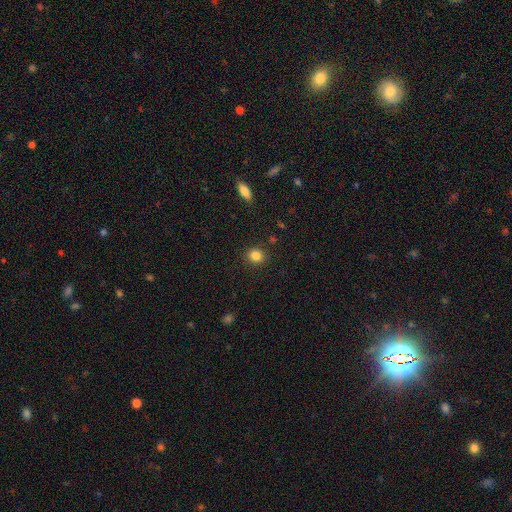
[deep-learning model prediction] A smooth galaxy with no disk features (85%) that is round (74%).

Vote fractions:
- Smooth or featured? smooth: 85% / star or artifact: 11% / featured or disk: 5%
- How rounded? round: 74% / in between: 25% / cigar-shaped: 1%
- Merging? none: 89% / minor disturbance: 7% / major disturbance: 2% / merger: 2%